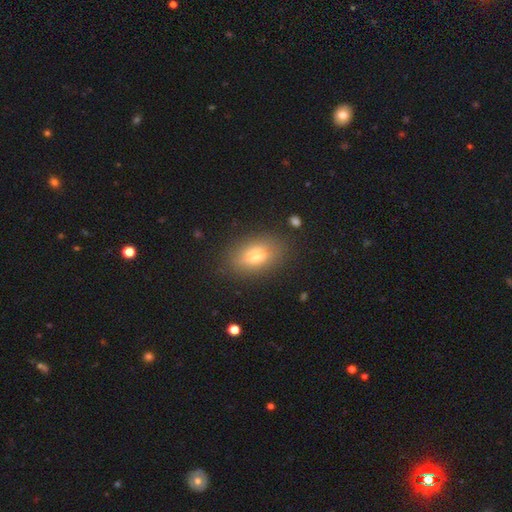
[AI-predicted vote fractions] Smooth or featured: smooth — 72% (featured or disk — 18%)
How rounded: in between — 84% (round — 11%)
Merging: none — 84% (minor disturbance — 11%)